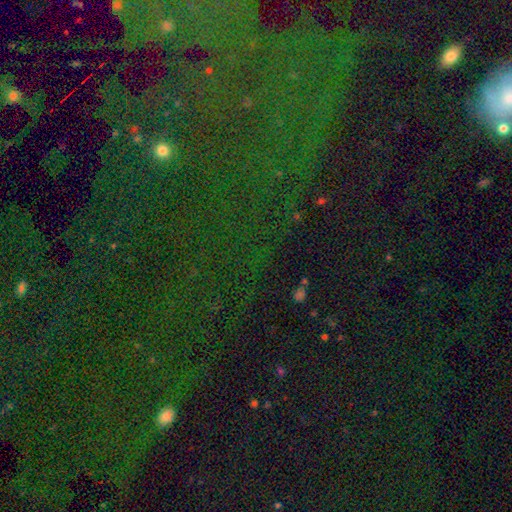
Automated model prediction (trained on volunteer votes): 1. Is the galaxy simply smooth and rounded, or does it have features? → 79% star or artifact, 11% smooth, 10% featured or disk.